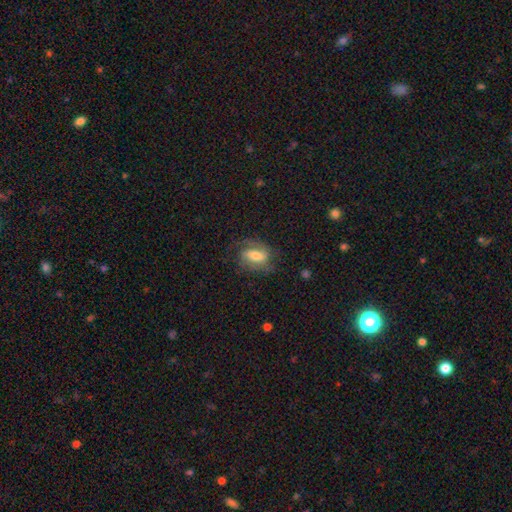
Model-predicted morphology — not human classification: Overall: featured or disk (57%; smooth 35%). Edge-on disk: no (93%). Bar: weak (40%; strong 33%). Spiral arms: yes (84%). Bulge size: moderate (53%; small 26%). Merging: none (63%).